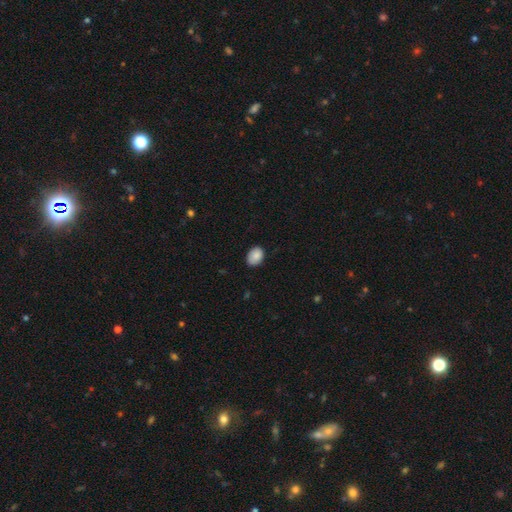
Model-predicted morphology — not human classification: Smooth or featured? smooth (87%)
How rounded? in between (74%)
Merging? none (78%)